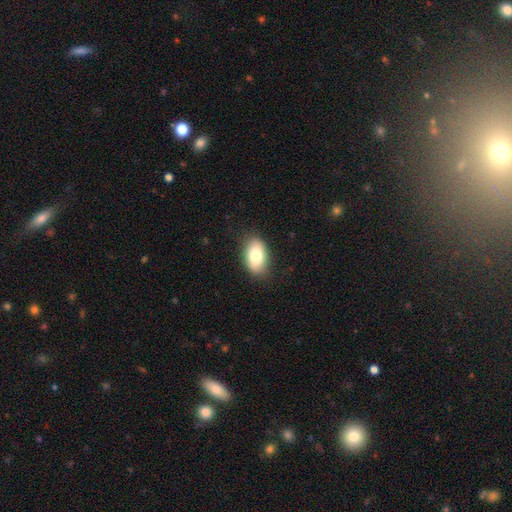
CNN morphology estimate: Smooth or featured: smooth — 80% (featured or disk — 13%)
How rounded: in between — 91% (round — 7%)
Merging: none — 86% (minor disturbance — 11%)